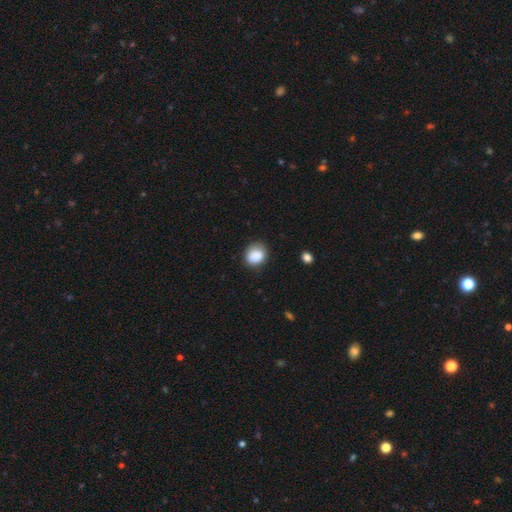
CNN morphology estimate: type=smooth (88%); roundness=round (65%); merging=none (75%).